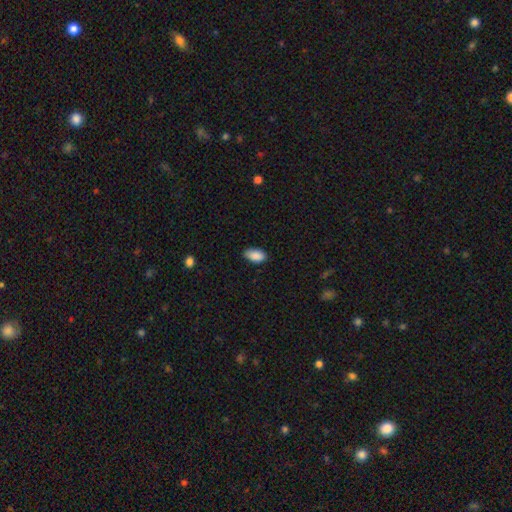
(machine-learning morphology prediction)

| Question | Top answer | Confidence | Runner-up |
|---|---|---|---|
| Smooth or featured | smooth | 89% | star or artifact (7%) |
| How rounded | in between | 94% | round (3%) |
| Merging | none | 80% | minor disturbance (16%) |